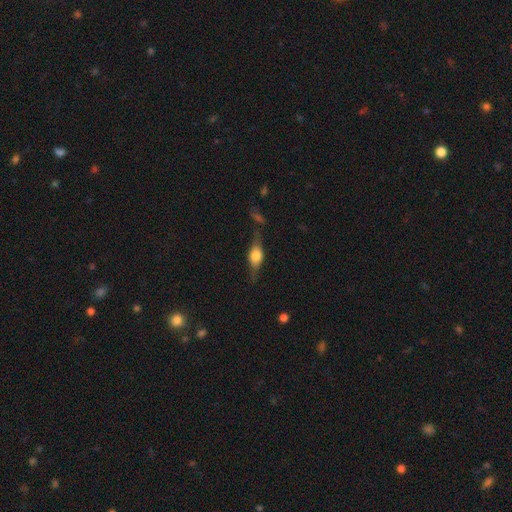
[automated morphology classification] Smooth or featured?
  - featured or disk: 47% *
  - smooth: 46%
  - star or artifact: 8%
Merging?
  - none: 66% *
  - minor disturbance: 20%
  - major disturbance: 9%
  - merger: 6%